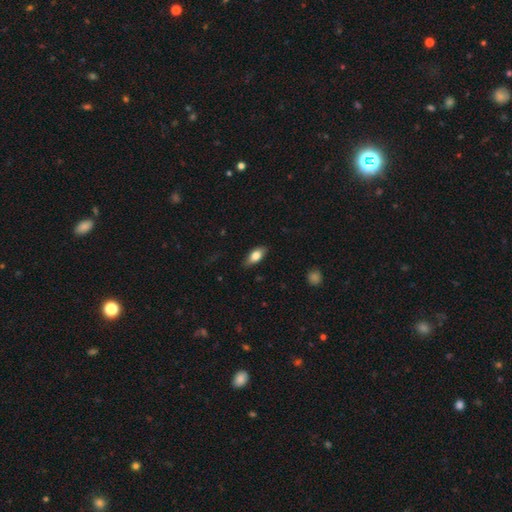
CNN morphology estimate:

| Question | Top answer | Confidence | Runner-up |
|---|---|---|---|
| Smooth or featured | smooth | 77% | featured or disk (17%) |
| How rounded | in between | 86% | cigar-shaped (11%) |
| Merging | none | 80% | minor disturbance (15%) |